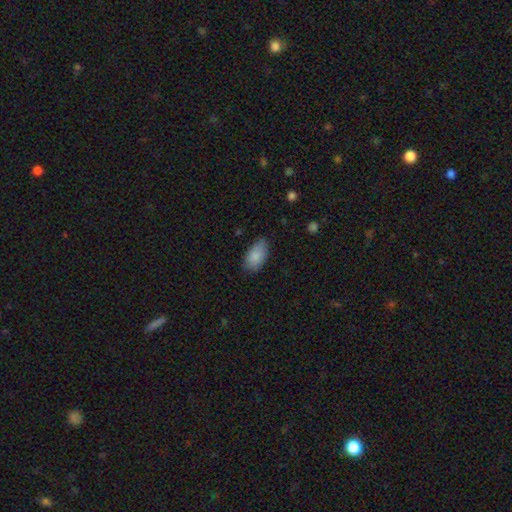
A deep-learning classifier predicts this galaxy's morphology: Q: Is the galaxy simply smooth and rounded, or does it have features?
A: smooth — 87%.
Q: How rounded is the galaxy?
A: in between — 93%.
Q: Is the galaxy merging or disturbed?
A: none — 73%.